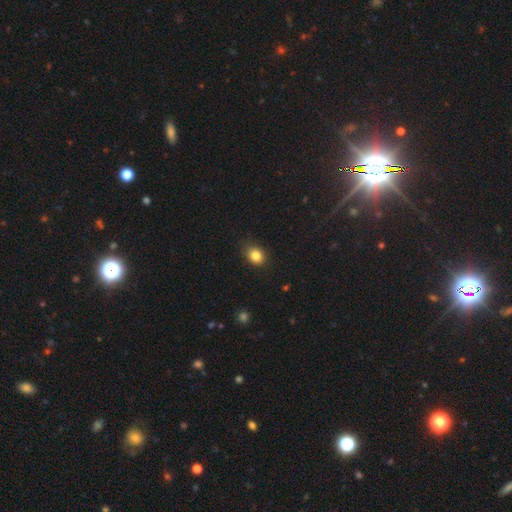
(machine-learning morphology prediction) smooth-or-featured: smooth: 84% | star or artifact: 10% | featured or disk: 5%
  how-rounded: round: 51% | in between: 48% | cigar-shaped: 1%
  merging: none: 81% | minor disturbance: 15% | major disturbance: 3% | merger: 1%